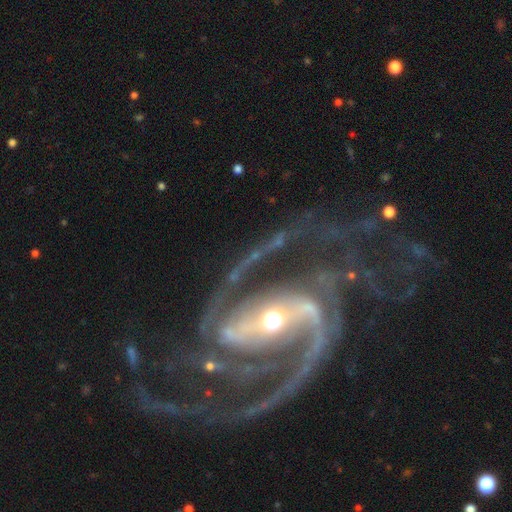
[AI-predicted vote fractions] smooth-or-featured: featured or disk: 94% | star or artifact: 4% | smooth: 2%
  disk-edge-on: no: 98% | yes: 2%
    bar: strong: 58% | weak: 28% | no: 14%
    has-spiral-arms: yes: 99% | no: 1%
      spiral-winding: medium: 60% | tight: 21% | loose: 19%
      spiral-arm-count: 2: 72% | 3: 10% | can't tell: 5% | 4: 5% | more than 4: 4% | 1: 4%
    bulge-size: small: 49% | moderate: 45% | large: 4% | none: 1% | dominant: 1%
  merging: none: 62% | major disturbance: 19% | minor disturbance: 17% | merger: 3%